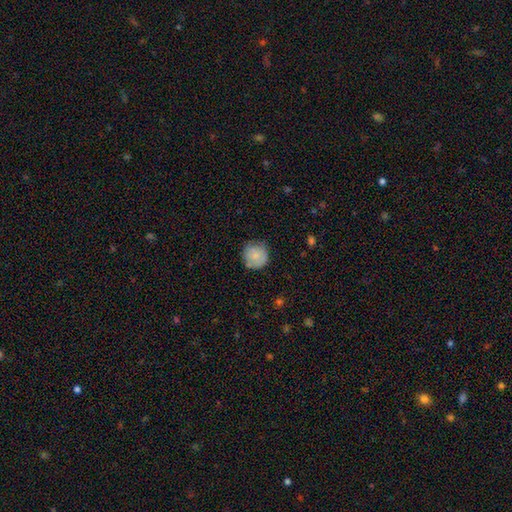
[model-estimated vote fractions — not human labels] smooth_or_featured: smooth (p=0.79) [alt: featured or disk p=0.13]
how_rounded: round (p=0.92) [alt: in between p=0.07]
merging: none (p=0.75) [alt: minor disturbance p=0.19]